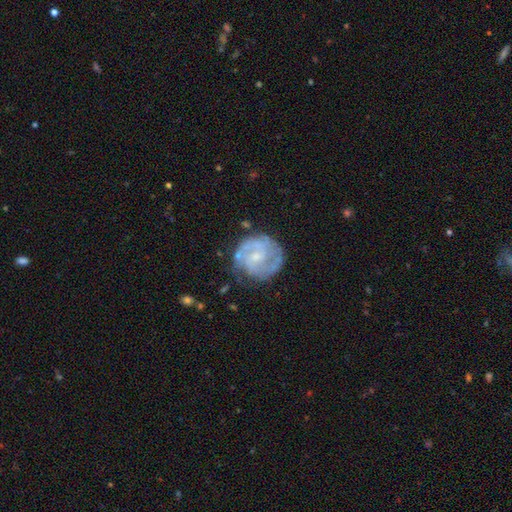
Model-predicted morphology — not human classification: featured or disk 79%, smooth 14%, star or artifact 7%. Down the decision tree: edge-on disk — no (98%); bar — no (53%); spiral arms — yes (91%); spiral arm count — 2 (56%); spiral winding — tight (54%); bulge size — small (64%); merging — none (73%).